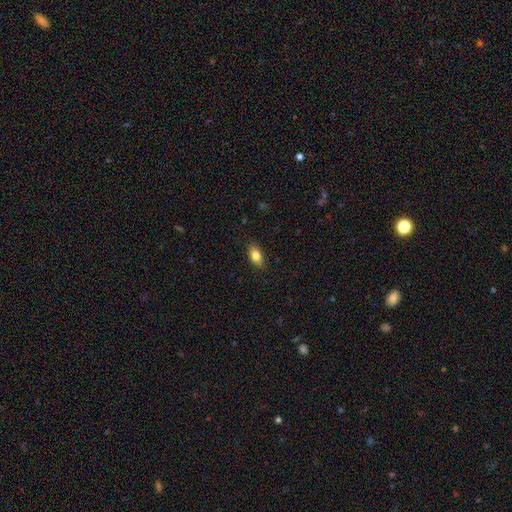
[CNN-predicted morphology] A smooth galaxy with no disk features (83%) that is in between round and cigar-shaped (88%).

Vote fractions:
- Smooth or featured? smooth: 83% / featured or disk: 10% / star or artifact: 8%
- How rounded? in between: 88% / round: 6% / cigar-shaped: 5%
- Merging? none: 87% / minor disturbance: 10% / major disturbance: 2% / merger: 1%